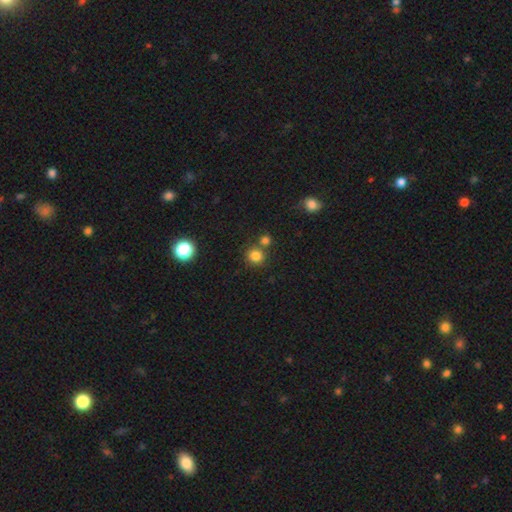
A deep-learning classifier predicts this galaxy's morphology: Smooth or featured?
  - smooth: 81% *
  - star or artifact: 14%
  - featured or disk: 5%
How rounded?
  - round: 88% *
  - in between: 11%
  - cigar-shaped: 1%
Merging?
  - none: 70% *
  - merger: 19%
  - minor disturbance: 8%
  - major disturbance: 3%